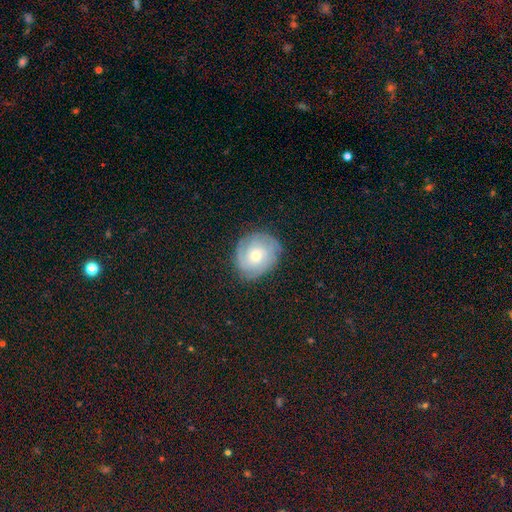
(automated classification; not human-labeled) Smooth or featured? featured or disk (67%)
Edge-on disk? no (97%)
Bar? no (79%)
Spiral arms? yes (91%)
Spiral winding? tight (68%)
Spiral arm count? can't tell (34%)
Bulge size? moderate (52%)
Merging? none (81%)